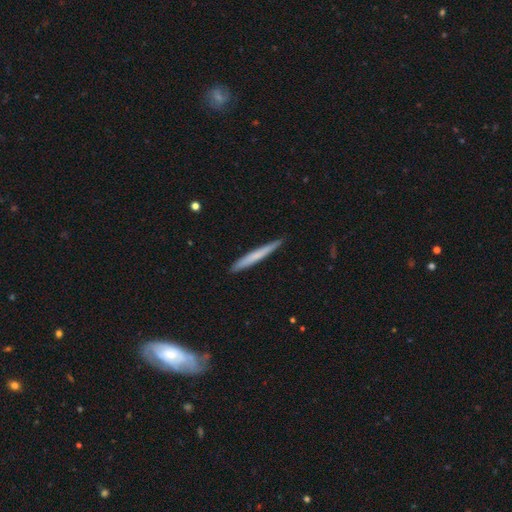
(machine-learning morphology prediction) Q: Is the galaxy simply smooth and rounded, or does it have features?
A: smooth — 64%.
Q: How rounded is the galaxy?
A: cigar-shaped — 97%.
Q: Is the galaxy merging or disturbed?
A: none — 90%.